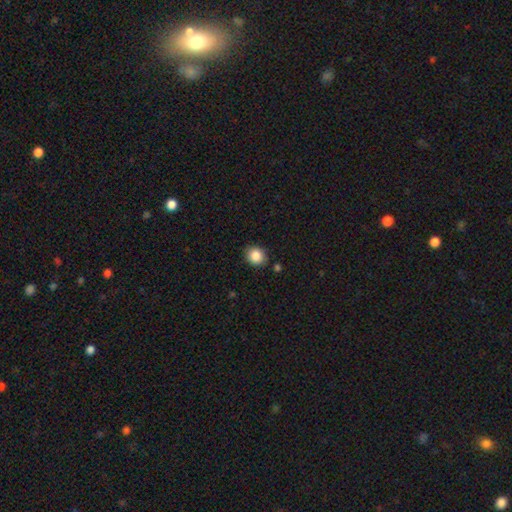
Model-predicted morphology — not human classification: The model was most divided on "how rounded": round: 76%, in between: 23%, cigar-shaped: 1%. More confident: smooth or featured — smooth (87%); merging — none (85%).